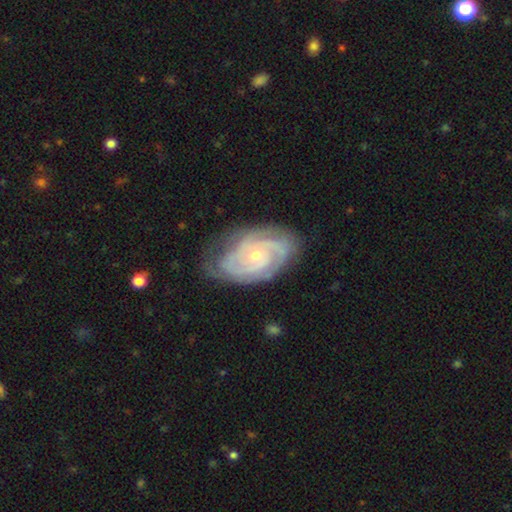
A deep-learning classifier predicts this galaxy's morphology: A featured or disk galaxy (89%) with no bar (73%), 2 (39%) tight (70%) spiral arms (98%) and a small central bulge (64%). Merging: none (72%).